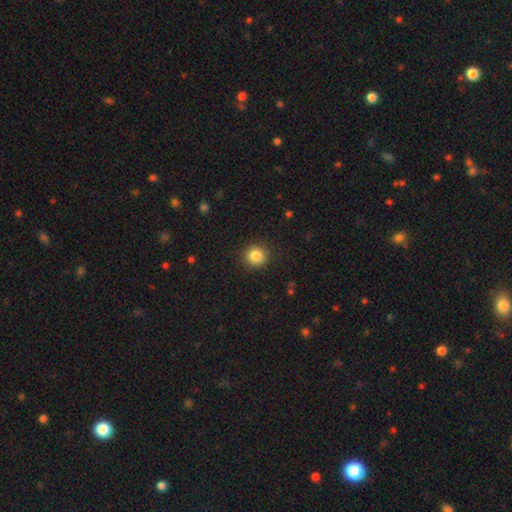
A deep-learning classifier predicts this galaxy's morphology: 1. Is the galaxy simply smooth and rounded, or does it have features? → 85% smooth, 10% star or artifact, 5% featured or disk.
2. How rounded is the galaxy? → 91% round, 8% in between, 1% cigar-shaped.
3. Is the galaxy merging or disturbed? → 90% none, 6% minor disturbance, 2% major disturbance, 1% merger.